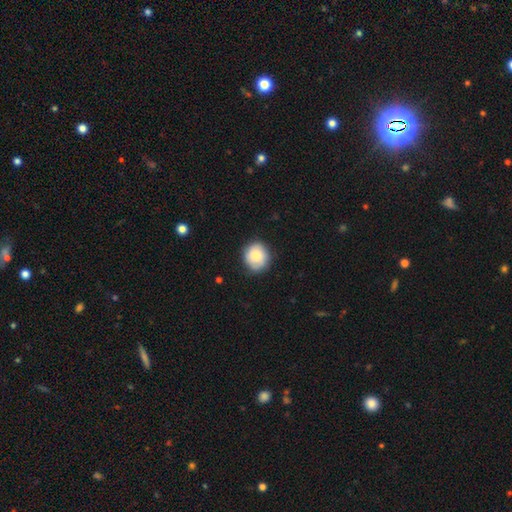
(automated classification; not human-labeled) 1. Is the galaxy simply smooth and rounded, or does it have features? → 79% smooth, 13% featured or disk, 7% star or artifact.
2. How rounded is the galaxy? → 86% round, 13% in between, 1% cigar-shaped.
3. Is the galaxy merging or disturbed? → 83% none, 13% minor disturbance, 2% major disturbance, 1% merger.